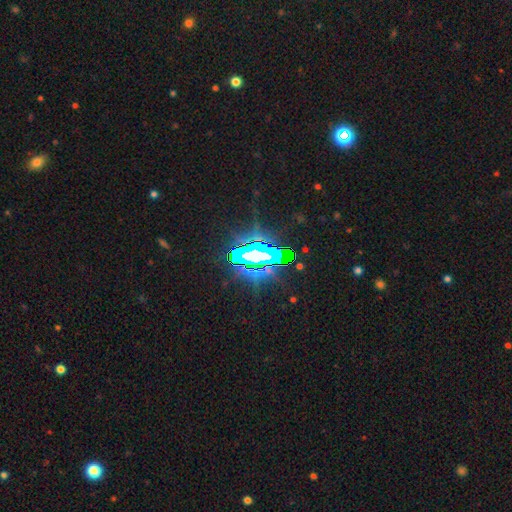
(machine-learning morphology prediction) The model was most divided on "smooth or featured": star or artifact: 75%, featured or disk: 15%, smooth: 10%.